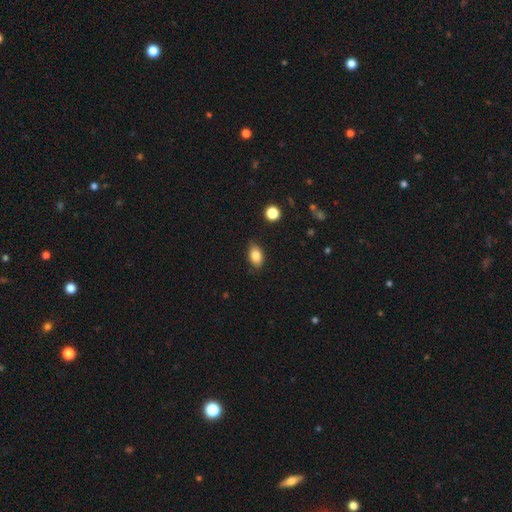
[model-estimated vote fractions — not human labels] Smooth or featured? Predicted: smooth (p=0.84). How rounded? Predicted: in between (p=0.87). Merging? Predicted: none (p=0.80).